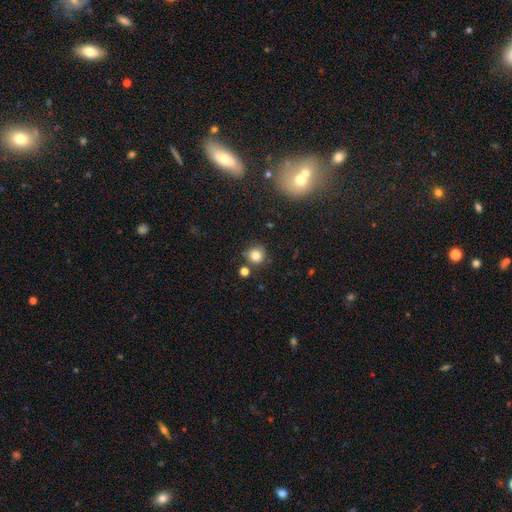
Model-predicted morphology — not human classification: This appears to be a smooth galaxy with no disk features (81%) that is round (91%). Merging: none (78%).